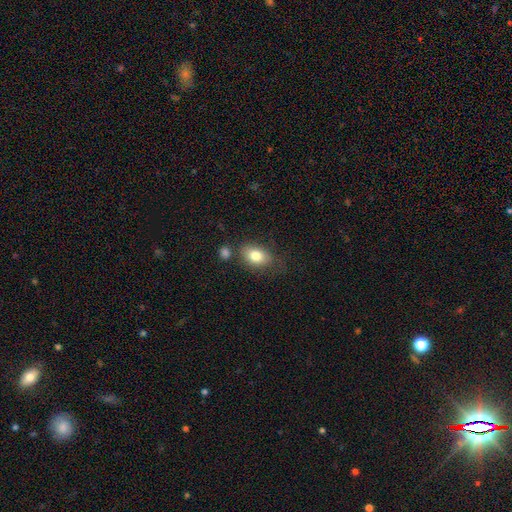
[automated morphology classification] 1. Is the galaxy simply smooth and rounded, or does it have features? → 80% smooth, 11% featured or disk, 9% star or artifact.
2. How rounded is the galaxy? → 79% in between, 19% round, 1% cigar-shaped.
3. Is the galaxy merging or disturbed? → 67% none, 18% minor disturbance, 9% merger, 6% major disturbance.